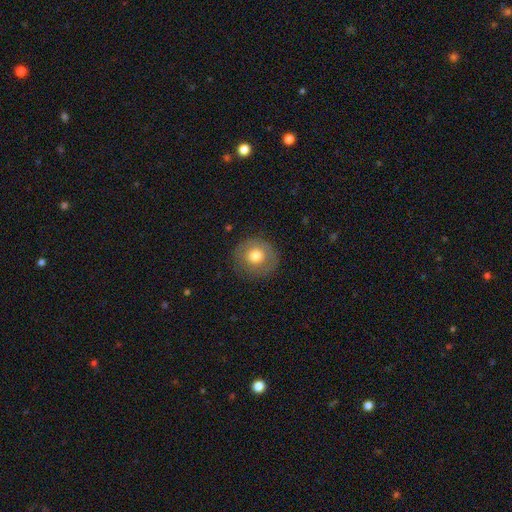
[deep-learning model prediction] Smooth or featured: smooth — 69% (featured or disk — 22%)
How rounded: round — 90% (in between — 9%)
Merging: none — 83% (minor disturbance — 11%)